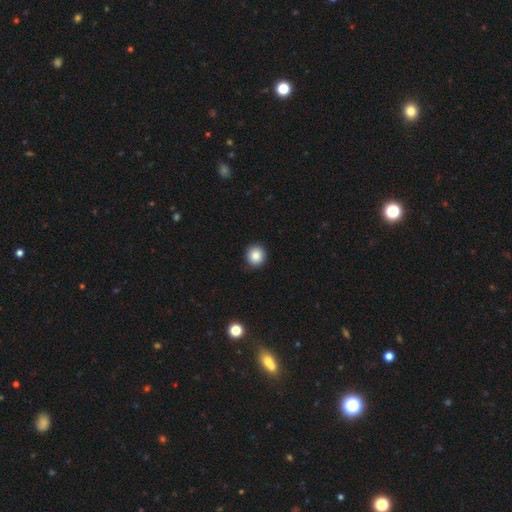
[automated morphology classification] Smooth or featured?
  - smooth: 86% *
  - star or artifact: 9%
  - featured or disk: 5%
How rounded?
  - round: 93% *
  - in between: 6%
  - cigar-shaped: 1%
Merging?
  - none: 91% *
  - minor disturbance: 6%
  - major disturbance: 2%
  - merger: 1%